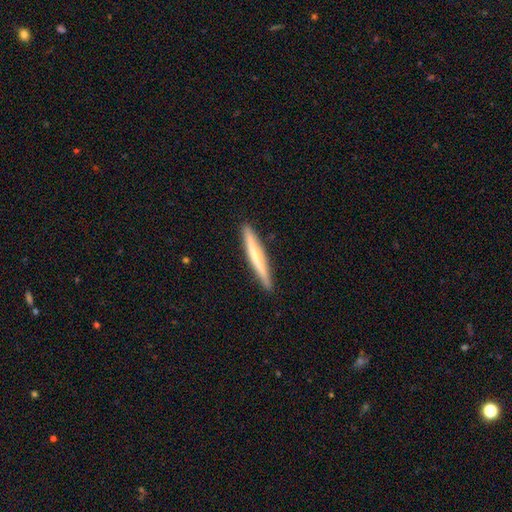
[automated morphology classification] featured or disk 51%, smooth 43%, star or artifact 6%. Down the decision tree: edge-on disk — yes (96%); merging — none (90%).